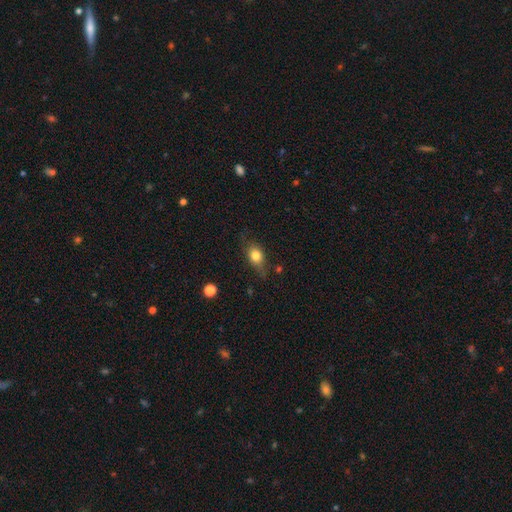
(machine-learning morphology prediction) Smooth or featured? Predicted: smooth (p=0.74). How rounded? Predicted: in between (p=0.56). Merging? Predicted: none (p=0.61).